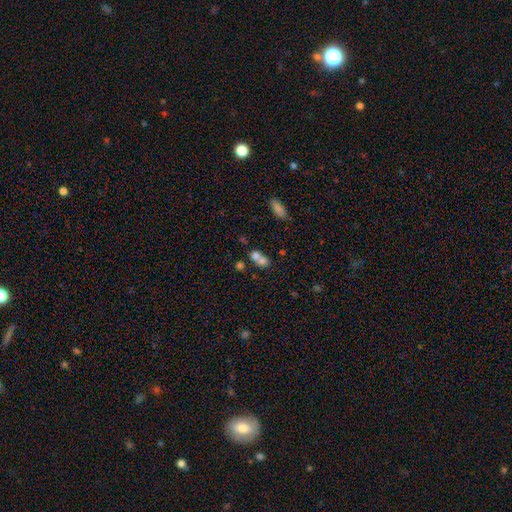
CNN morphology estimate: Q: Smooth or featured?
A: smooth (69%); runner-up: featured or disk (18%)
Q: How rounded?
A: round (63%); runner-up: in between (35%)
Q: Merging?
A: merger (64%); runner-up: none (27%)